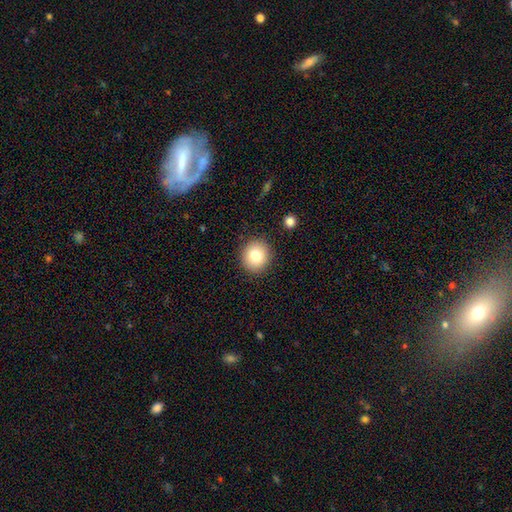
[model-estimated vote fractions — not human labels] Morphology: type=smooth (81%); roundness=round (86%); merging=none (90%).